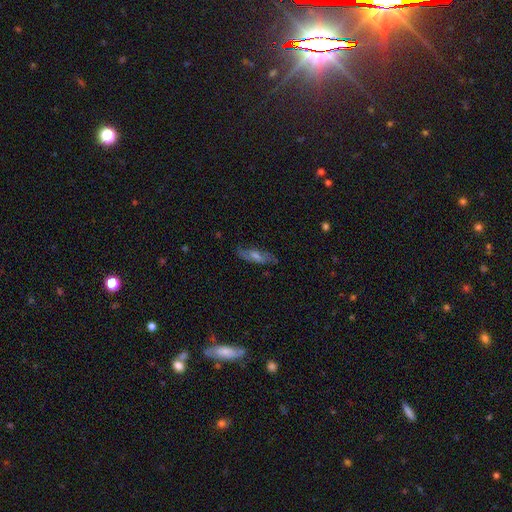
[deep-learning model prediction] Overall: featured or disk (57%; smooth 30%). Edge-on disk: no (63%; yes 37%). Merging: none (79%).